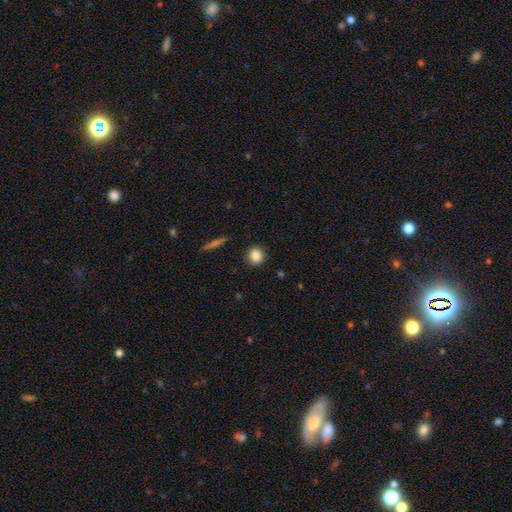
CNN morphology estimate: Smooth or featured? smooth (85%)
How rounded? round (86%)
Merging? none (90%)